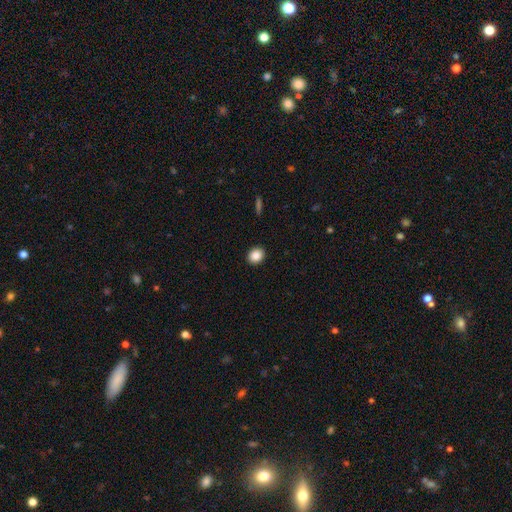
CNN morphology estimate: Smooth or featured?
  - smooth: 86% *
  - star or artifact: 9%
  - featured or disk: 5%
How rounded?
  - round: 65% *
  - in between: 34%
  - cigar-shaped: 1%
Merging?
  - none: 92% *
  - minor disturbance: 6%
  - major disturbance: 2%
  - merger: 1%